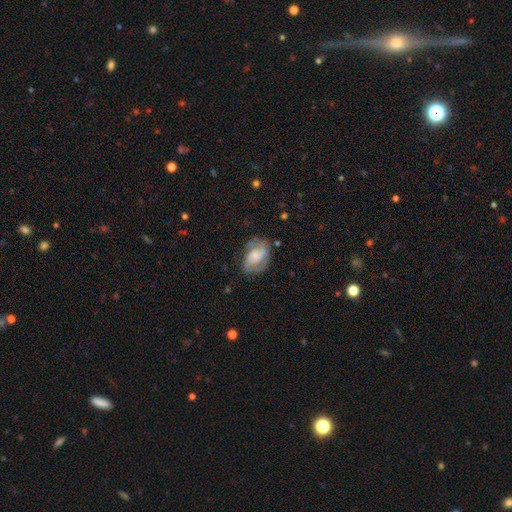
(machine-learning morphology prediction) smooth-or-featured: featured or disk: 61% | smooth: 32% | star or artifact: 7%
  disk-edge-on: no: 97% | yes: 3%
    bar: no: 60% | weak: 32% | strong: 8%
    has-spiral-arms: yes: 80% | no: 20%
    bulge-size: small: 42% | moderate: 29% | none: 15% | large: 11% | dominant: 2%
  merging: none: 62% | minor disturbance: 23% | major disturbance: 13% | merger: 2%